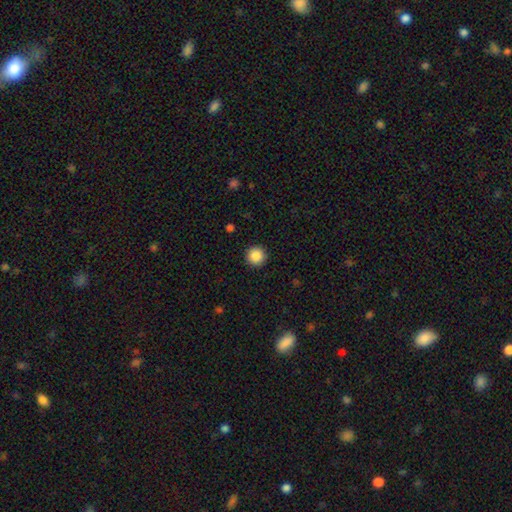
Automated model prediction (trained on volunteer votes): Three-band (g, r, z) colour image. It shows a smooth galaxy with no disk features (88%) that is round (96%). Merging: none (93%).